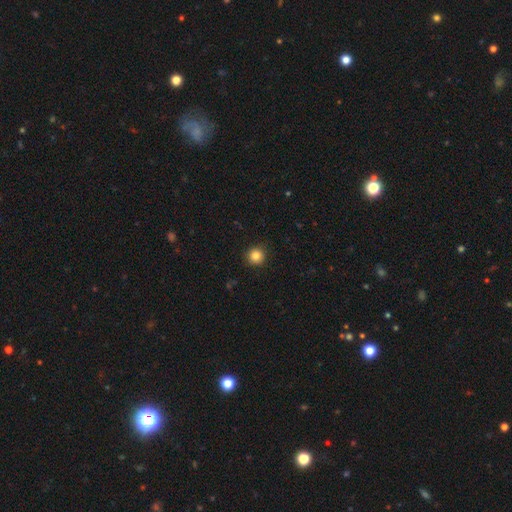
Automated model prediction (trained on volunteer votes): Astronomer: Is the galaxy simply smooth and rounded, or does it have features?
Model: smooth — 84%.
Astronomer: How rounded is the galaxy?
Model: round — 94%.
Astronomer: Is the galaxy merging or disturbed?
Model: none — 92%.